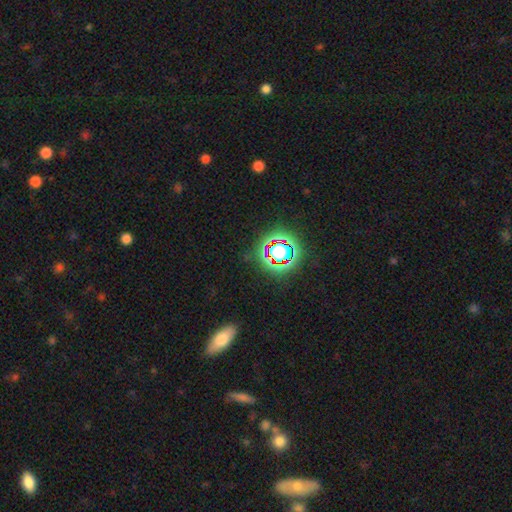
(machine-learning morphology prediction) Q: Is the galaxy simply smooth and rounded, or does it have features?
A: star or artifact — 65%.